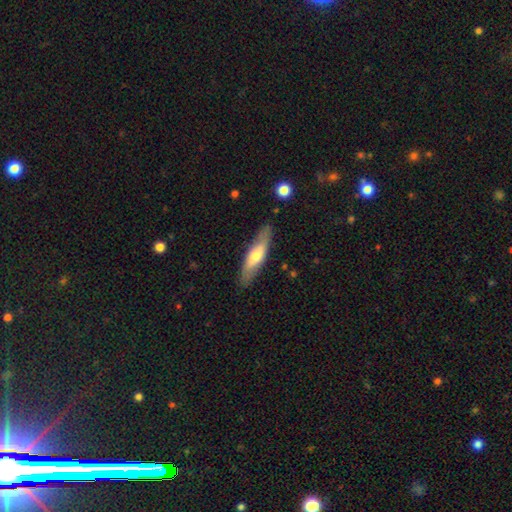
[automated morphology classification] A smooth galaxy with no disk features (55%) that is cigar-shaped (67%). Merging: none (84%).